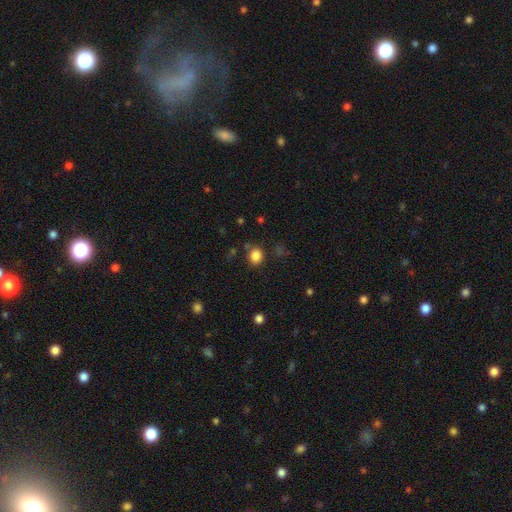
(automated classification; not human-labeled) A smooth galaxy with no disk features (84%) that is round (68%). Merging: none (81%).